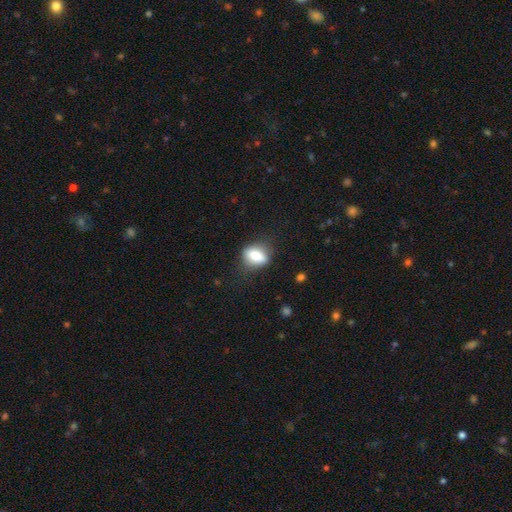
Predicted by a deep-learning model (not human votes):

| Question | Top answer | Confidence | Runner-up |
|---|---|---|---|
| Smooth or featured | smooth | 77% | featured or disk (15%) |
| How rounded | in between | 67% | round (29%) |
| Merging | none | 72% | minor disturbance (19%) |